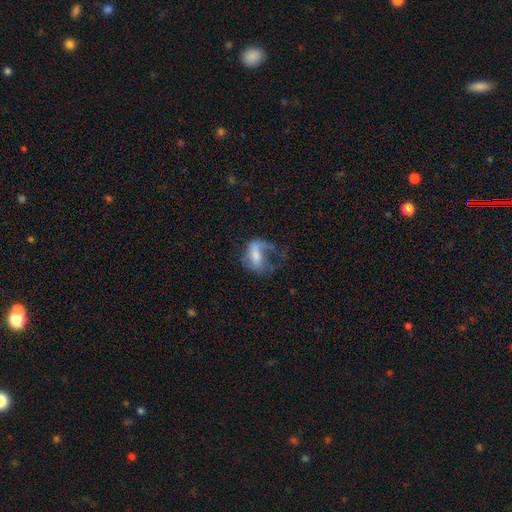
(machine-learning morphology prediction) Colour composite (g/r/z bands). It shows a featured or disk galaxy (47%). Merging: major disturbance (54%).